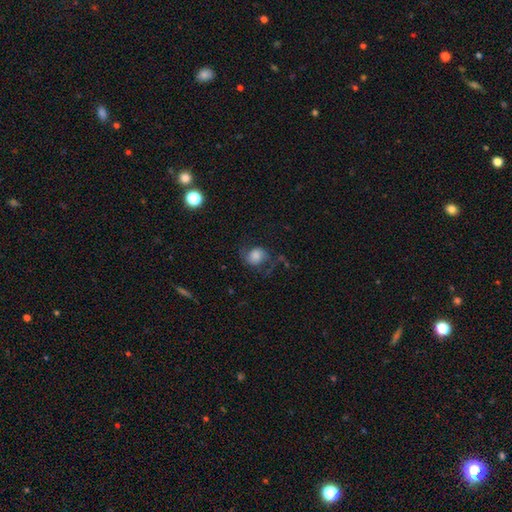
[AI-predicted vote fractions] This is possibly a smooth galaxy (47%). Merging: possibly none (59%).